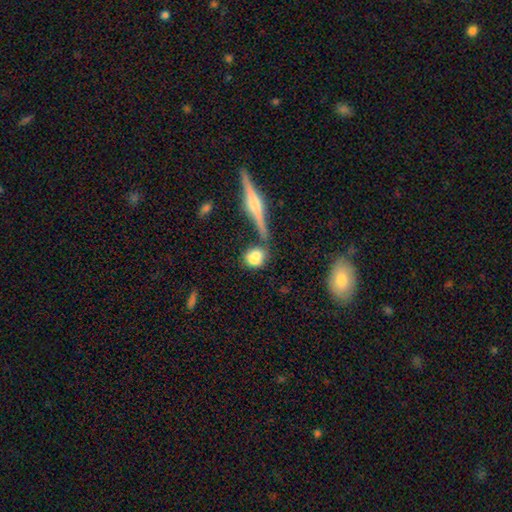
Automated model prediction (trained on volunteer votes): smooth 71%, featured or disk 19%, star or artifact 10%. Down the decision tree: how rounded — round (61%); merging — none (51%).